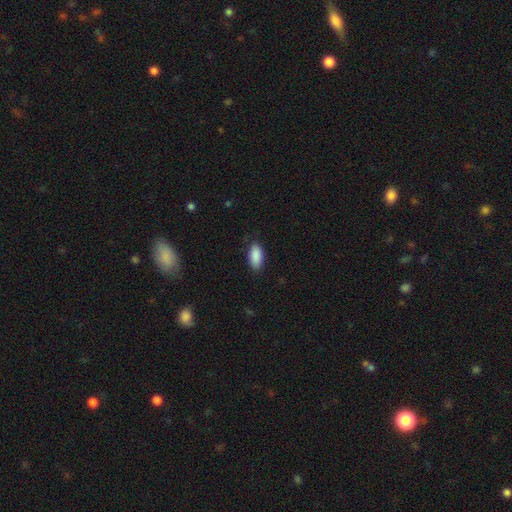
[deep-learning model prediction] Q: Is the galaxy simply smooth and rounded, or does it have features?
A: smooth — 90%.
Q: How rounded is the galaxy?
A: in between — 93%.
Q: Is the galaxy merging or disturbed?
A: none — 84%.